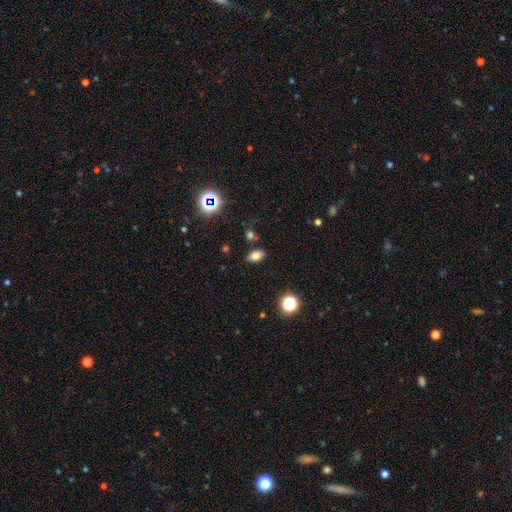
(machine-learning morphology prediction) A smooth galaxy with no disk features (77%) that is in between round and cigar-shaped (86%). Merging: none (81%).